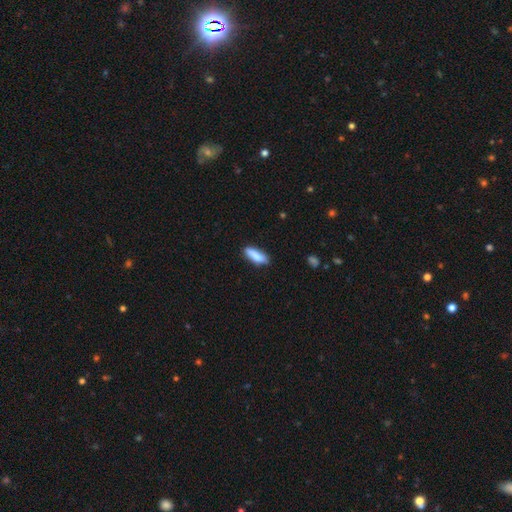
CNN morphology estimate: A smooth galaxy with no disk features (84%) that is cigar-shaped (53%). Merging: none (81%).